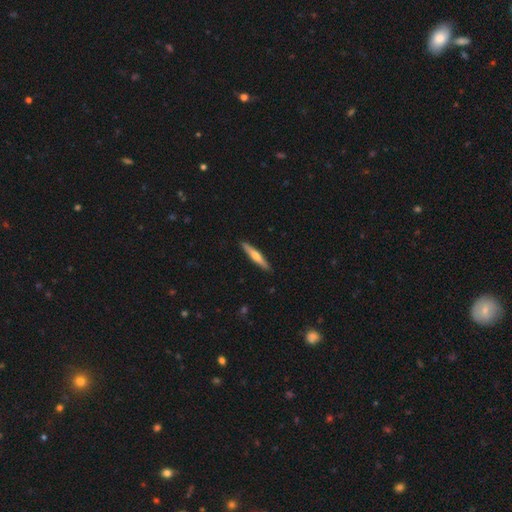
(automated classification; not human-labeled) Morphology: type=featured or disk (51%); edge-on=yes (95%); merging=none (91%).